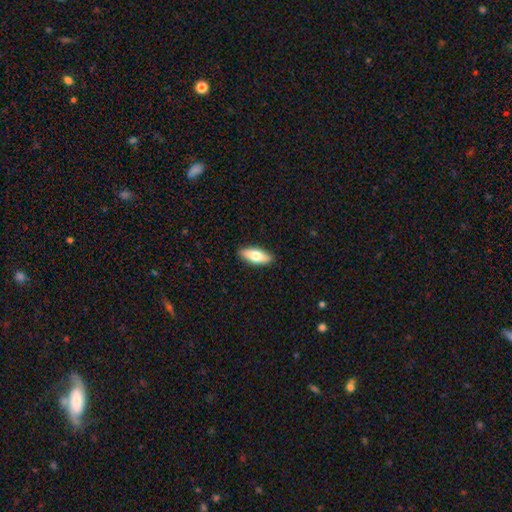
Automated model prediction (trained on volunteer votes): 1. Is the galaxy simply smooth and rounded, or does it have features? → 70% smooth, 25% featured or disk, 6% star or artifact.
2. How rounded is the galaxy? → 77% in between, 20% cigar-shaped, 3% round.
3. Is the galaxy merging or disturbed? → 89% none, 8% minor disturbance, 2% major disturbance, 1% merger.